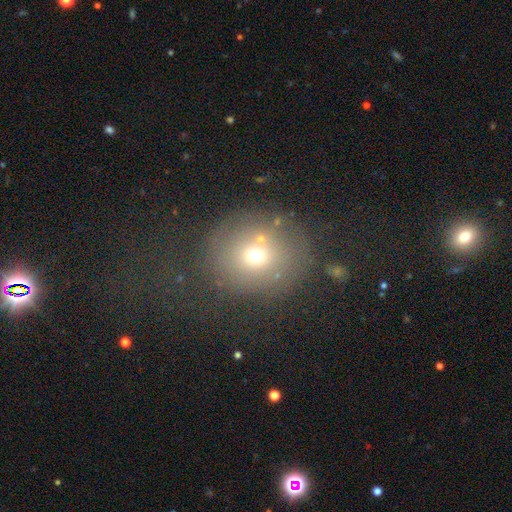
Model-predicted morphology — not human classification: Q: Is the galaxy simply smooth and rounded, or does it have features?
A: smooth — 63%.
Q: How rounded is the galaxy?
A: round — 79%.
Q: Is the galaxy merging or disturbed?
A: none — 62%.